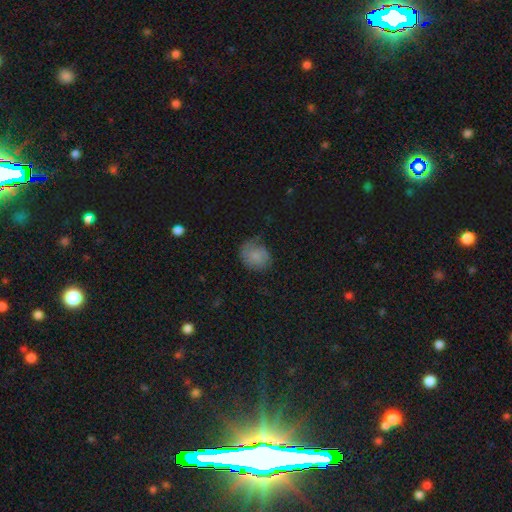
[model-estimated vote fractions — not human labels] Smooth or featured: smooth — 72% (featured or disk — 18%)
How rounded: round — 61% (in between — 38%)
Merging: none — 50% (minor disturbance — 33%)